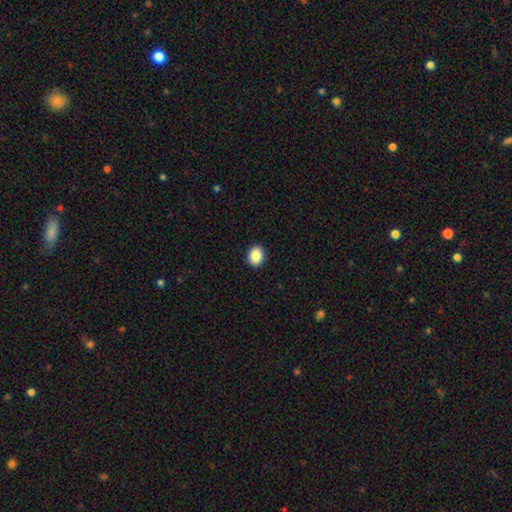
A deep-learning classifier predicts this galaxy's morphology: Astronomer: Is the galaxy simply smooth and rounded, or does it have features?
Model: smooth — 88%.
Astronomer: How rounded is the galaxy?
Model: in between — 51% (runner-up: round, 48%).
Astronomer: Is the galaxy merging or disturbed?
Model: none — 92%.